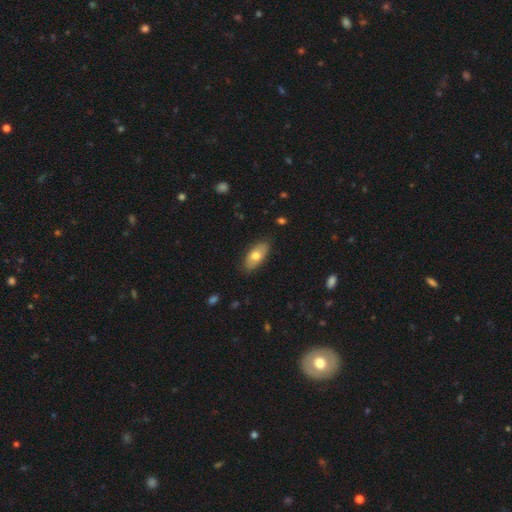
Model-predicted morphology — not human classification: Smooth or featured? smooth (71%)
How rounded? in between (89%)
Merging? none (85%)